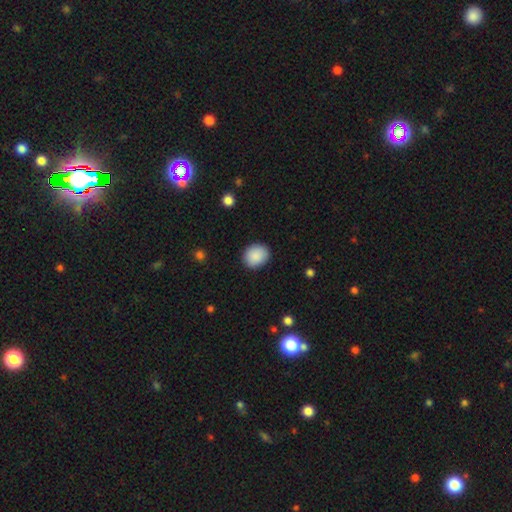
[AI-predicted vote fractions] Q: Smooth or featured?
A: smooth (89%); runner-up: star or artifact (7%)
Q: How rounded?
A: round (58%); runner-up: in between (41%)
Q: Merging?
A: none (88%); runner-up: minor disturbance (9%)